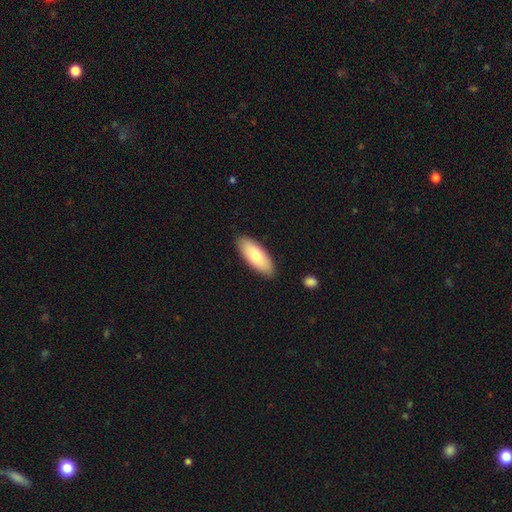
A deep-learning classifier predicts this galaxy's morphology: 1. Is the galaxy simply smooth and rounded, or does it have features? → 75% smooth, 20% featured or disk, 5% star or artifact.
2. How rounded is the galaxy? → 79% in between, 19% cigar-shaped, 2% round.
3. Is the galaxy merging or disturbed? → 88% none, 9% minor disturbance, 2% major disturbance, 1% merger.